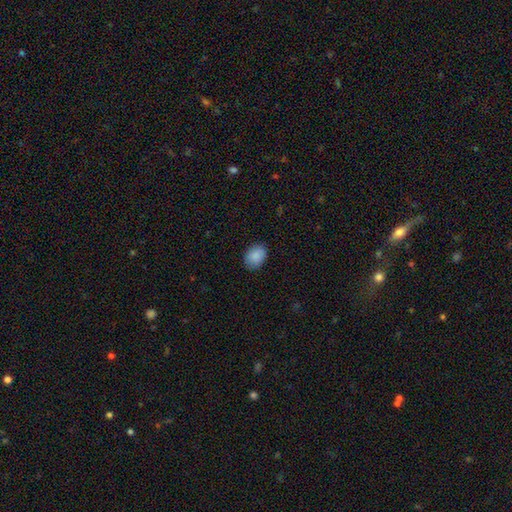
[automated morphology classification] Smooth or featured? smooth (89%)
How rounded? in between (70%)
Merging? none (84%)